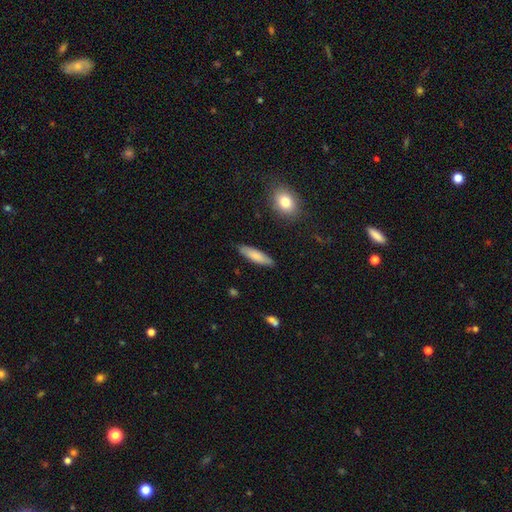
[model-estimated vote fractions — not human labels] Smooth or featured? smooth (80%)
How rounded? cigar-shaped (61%)
Merging? none (87%)